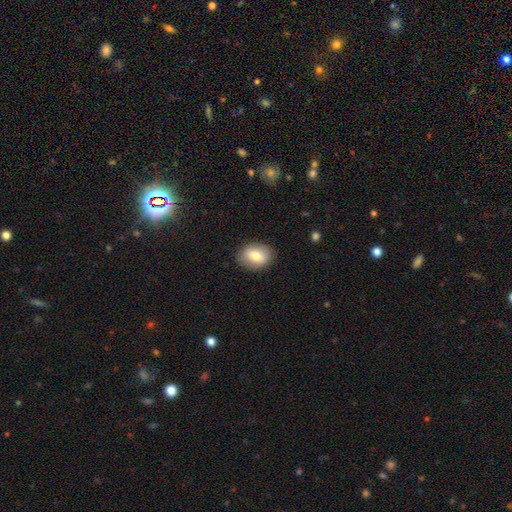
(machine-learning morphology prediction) smooth_or_featured: smooth (p=0.77) [alt: featured or disk p=0.16]
how_rounded: in between (p=0.67) [alt: round p=0.32]
merging: none (p=0.87) [alt: minor disturbance p=0.10]